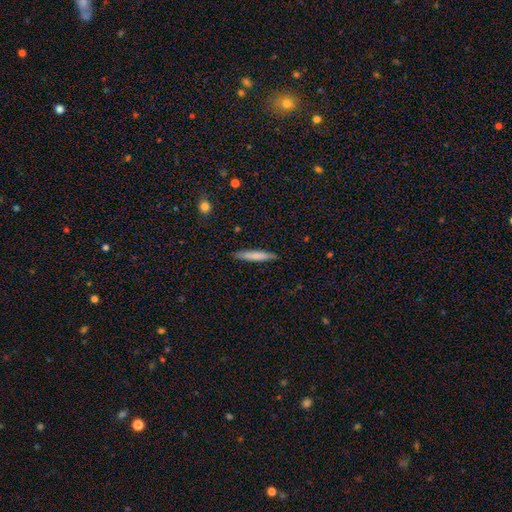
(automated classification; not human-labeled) Smooth or featured? Predicted: smooth (p=0.73). How rounded? Predicted: cigar-shaped (p=0.94). Merging? Predicted: none (p=0.88).